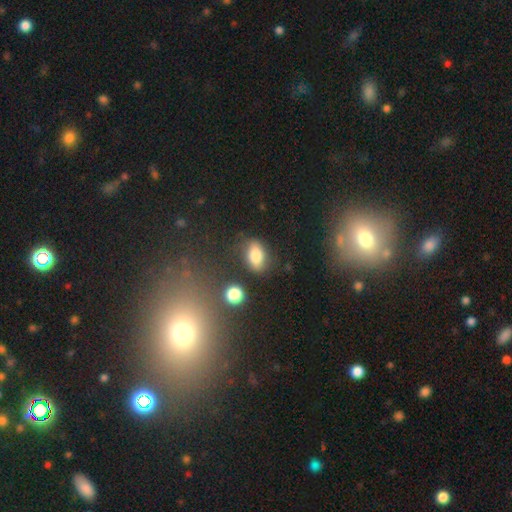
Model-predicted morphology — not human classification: type=smooth (75%); roundness=in between (82%); merging=none (73%).